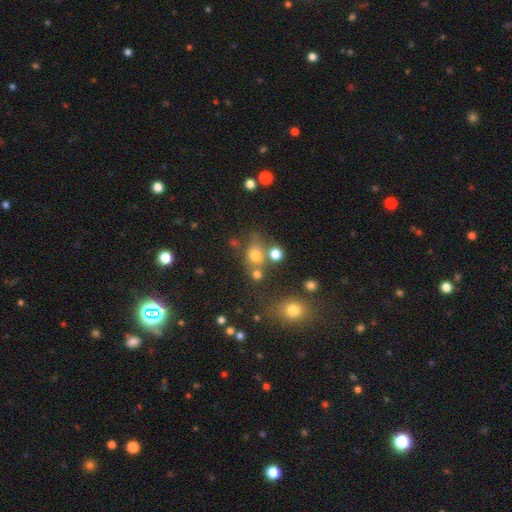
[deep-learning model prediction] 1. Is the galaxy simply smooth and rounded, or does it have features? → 69% smooth, 19% star or artifact, 12% featured or disk.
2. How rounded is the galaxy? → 62% round, 36% in between, 2% cigar-shaped.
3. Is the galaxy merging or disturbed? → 54% none, 23% merger, 14% minor disturbance, 8% major disturbance.